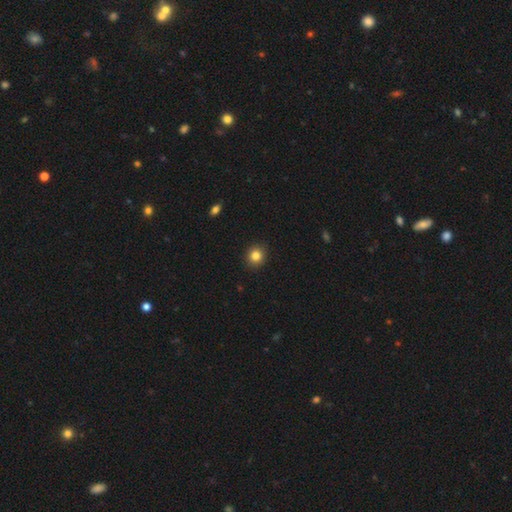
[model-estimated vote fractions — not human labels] smooth 84%, star or artifact 11%, featured or disk 5%. Down the decision tree: how rounded — round (89%); merging — none (91%).